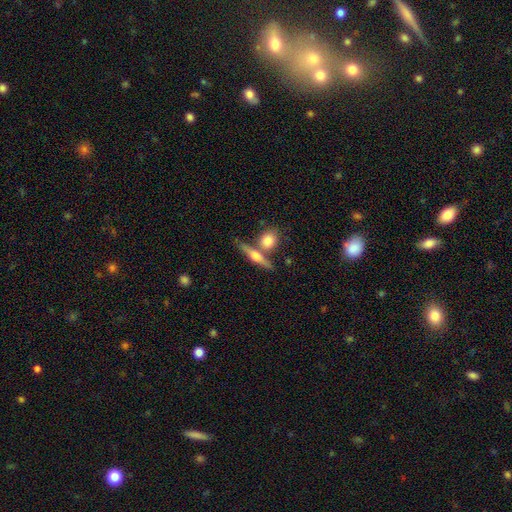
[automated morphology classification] A featured or disk galaxy (60%) viewed edge-on (94%) with a rounded central bulge (90%).

Vote fractions:
- Smooth or featured? featured or disk: 60% / smooth: 33% / star or artifact: 6%
- Edge-on disk? yes: 94% / no: 6%
- Edge-on bulge? rounded: 90% / boxy: 6% / none: 4%
- Merging? none: 66% / merger: 22% / minor disturbance: 9% / major disturbance: 3%